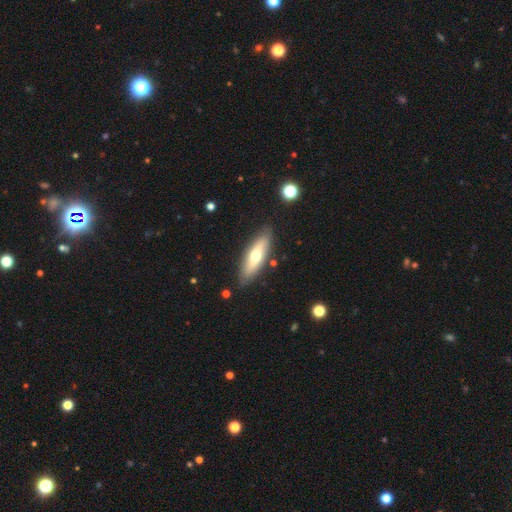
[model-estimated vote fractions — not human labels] Morphology: type=smooth (56%); roundness=cigar-shaped (50%); merging=none (84%).